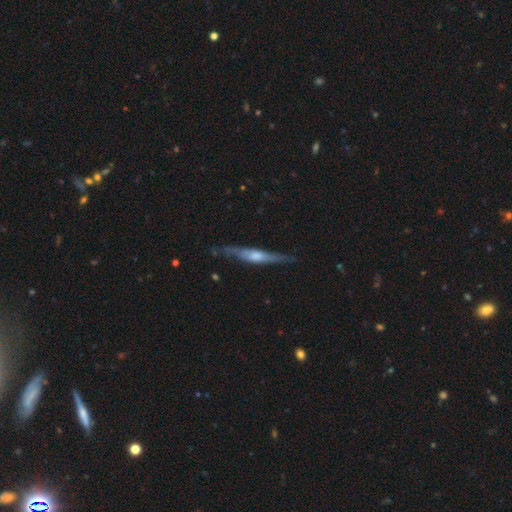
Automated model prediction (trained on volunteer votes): Overall: featured or disk (69%). Edge-on disk: yes (92%). Edge-on bulge: rounded (70%). Merging: none (76%).